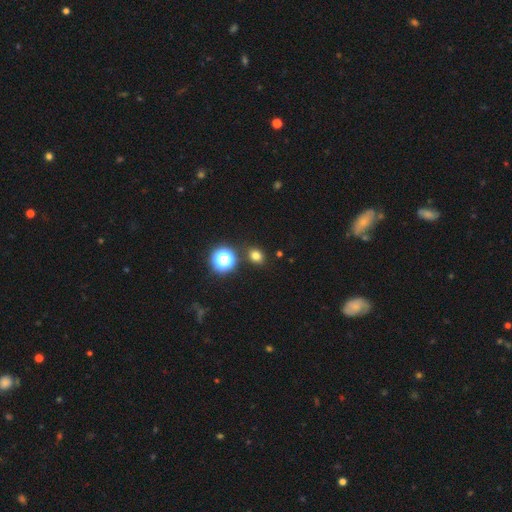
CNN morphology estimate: smooth-or-featured: smooth: 74% | star or artifact: 20% | featured or disk: 6%
  how-rounded: round: 63% | in between: 36% | cigar-shaped: 1%
  merging: none: 85% | minor disturbance: 8% | merger: 4% | major disturbance: 3%